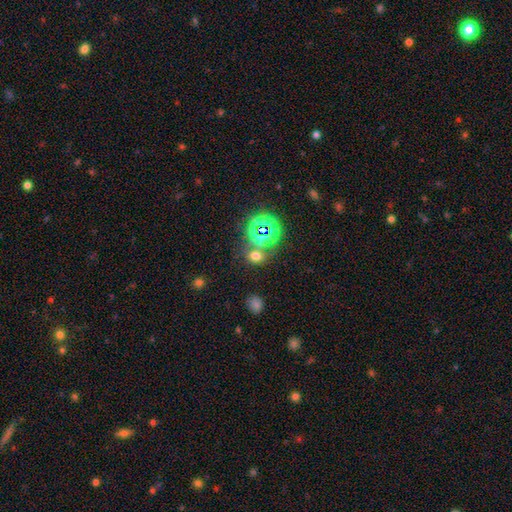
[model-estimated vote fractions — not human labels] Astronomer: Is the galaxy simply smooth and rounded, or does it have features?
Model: smooth — 51% (runner-up: star or artifact, 41%).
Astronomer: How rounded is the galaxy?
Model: in between — 50% (runner-up: round, 48%).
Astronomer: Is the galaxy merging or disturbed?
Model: none — 66%.